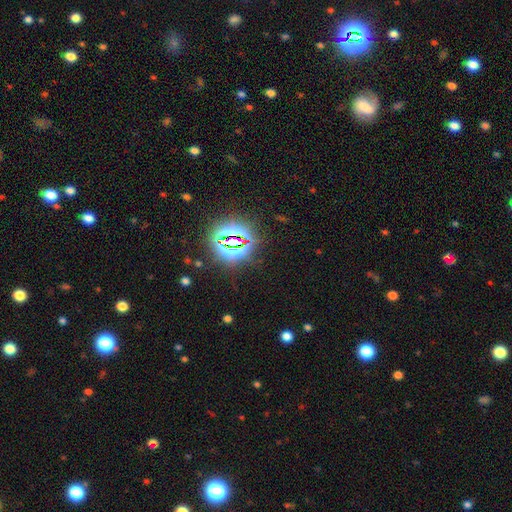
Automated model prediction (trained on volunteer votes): The model was most divided on "smooth or featured": star or artifact: 81%, smooth: 11%, featured or disk: 7%.